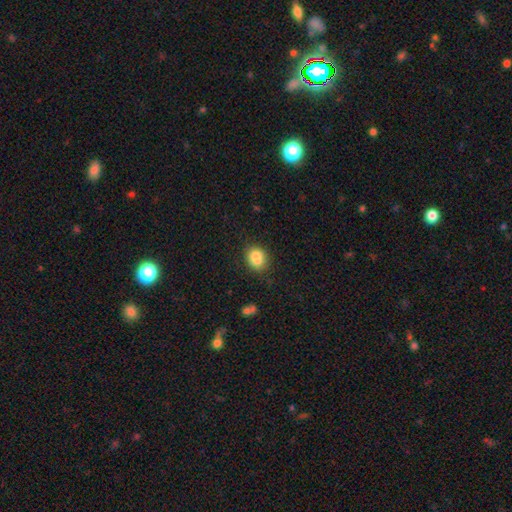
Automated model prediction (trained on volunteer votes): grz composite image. It shows a smooth galaxy with no disk features (80%) that is round (54%). Merging: none (59%).